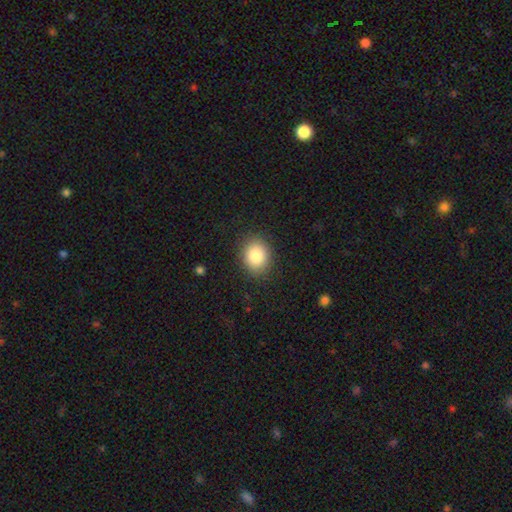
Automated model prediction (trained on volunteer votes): A smooth galaxy with no disk features (86%) that is round (57%).

Vote fractions:
- Smooth or featured? smooth: 86% / star or artifact: 8% / featured or disk: 6%
- How rounded? round: 57% / in between: 42% / cigar-shaped: 1%
- Merging? none: 88% / minor disturbance: 8% / major disturbance: 3% / merger: 1%